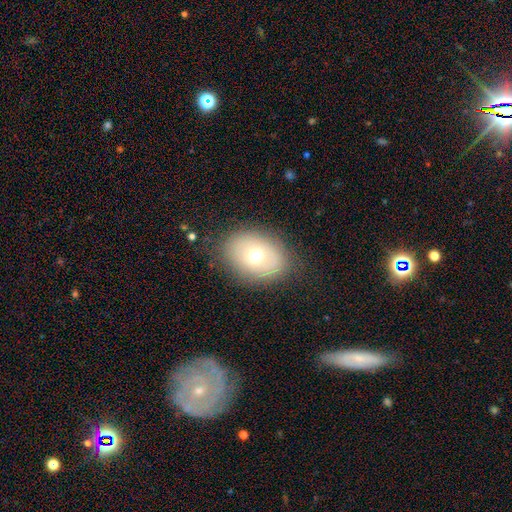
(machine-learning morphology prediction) A smooth galaxy with no disk features (65%) that is in between round and cigar-shaped (71%).

Vote fractions:
- Smooth or featured? smooth: 65% / featured or disk: 24% / star or artifact: 10%
- How rounded? in between: 71% / round: 28% / cigar-shaped: 1%
- Merging? none: 83% / minor disturbance: 12% / major disturbance: 4% / merger: 1%